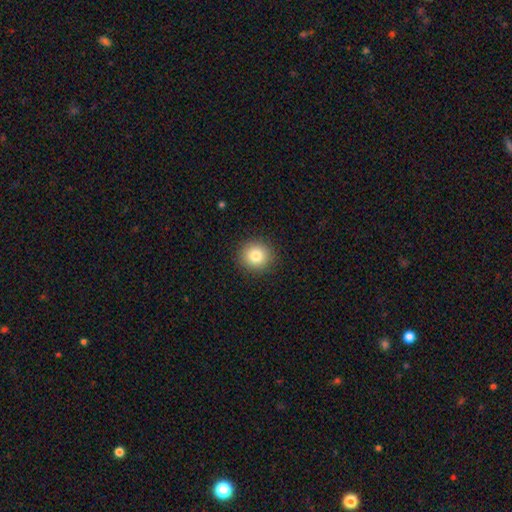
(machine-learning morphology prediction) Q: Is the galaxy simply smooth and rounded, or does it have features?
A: smooth — 82%.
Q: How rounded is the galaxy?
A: round — 87%.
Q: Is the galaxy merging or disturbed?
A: none — 91%.